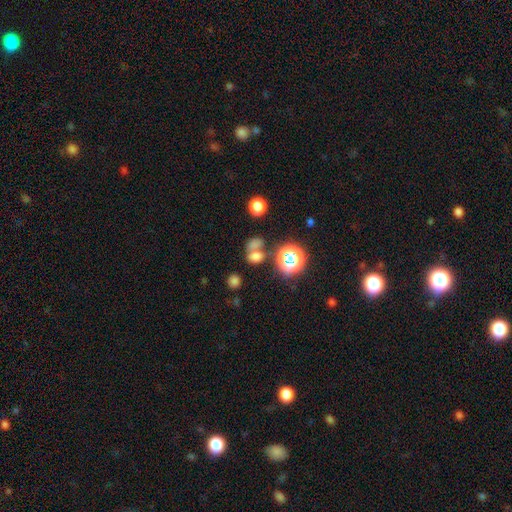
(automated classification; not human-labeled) A smooth galaxy with no disk features (63%) that is in between round and cigar-shaped (59%).

Vote fractions:
- Smooth or featured? smooth: 63% / star or artifact: 27% / featured or disk: 10%
- How rounded? in between: 59% / round: 39% / cigar-shaped: 2%
- Merging? merger: 41% / none: 40% / minor disturbance: 11% / major disturbance: 8%